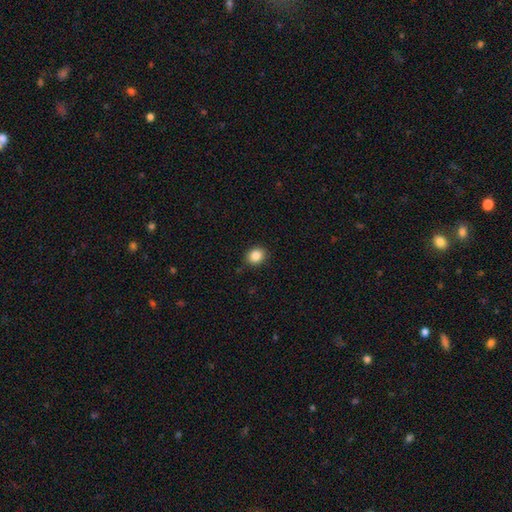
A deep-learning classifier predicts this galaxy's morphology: smooth 86%, star or artifact 9%, featured or disk 4%. Down the decision tree: how rounded — round (68%); merging — none (89%).